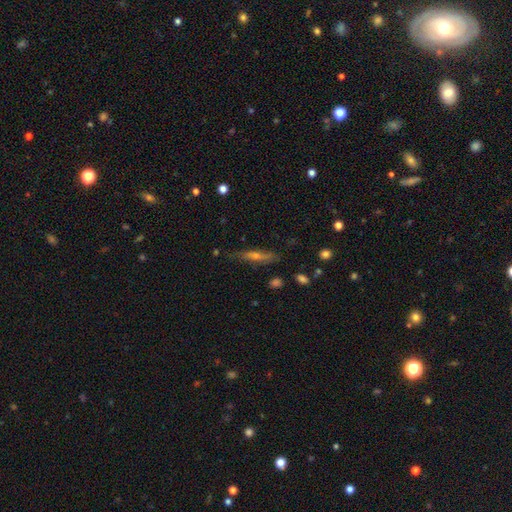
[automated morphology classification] A featured or disk galaxy (55%) viewed edge-on (87%). Merging: none (80%).